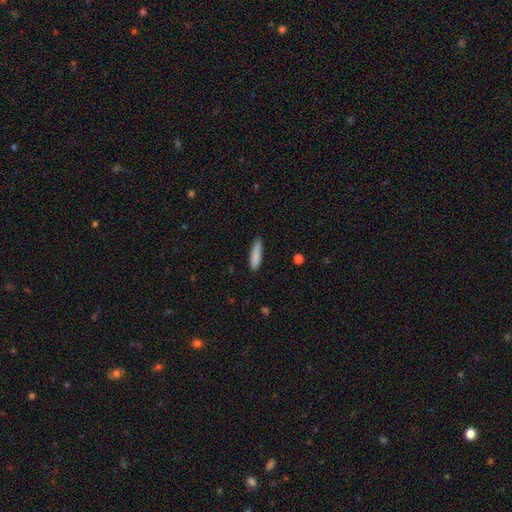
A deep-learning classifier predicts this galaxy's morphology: Smooth or featured: smooth — 87% (featured or disk — 7%)
How rounded: cigar-shaped — 73% (in between — 25%)
Merging: none — 84% (minor disturbance — 13%)